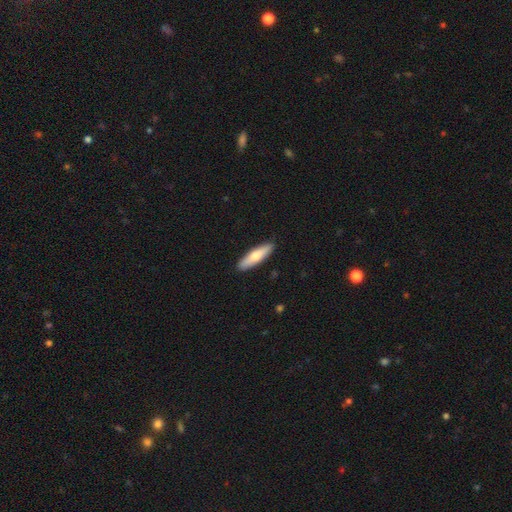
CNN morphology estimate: Overall: smooth (68%). How rounded: cigar-shaped (68%; in between 31%). Merging: none (90%).